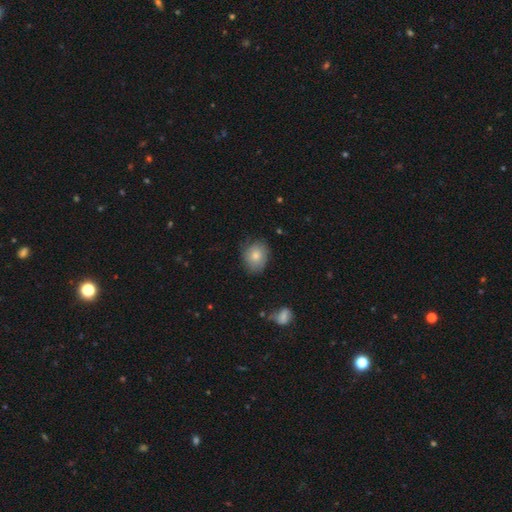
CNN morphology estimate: This appears to be a smooth galaxy with no disk features (77%) that is round (52%). Merging: none (76%).